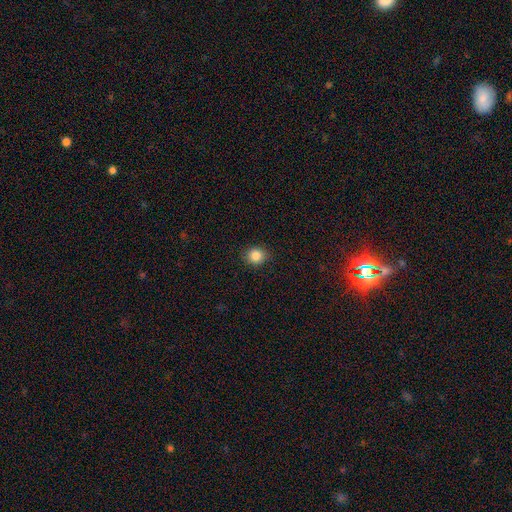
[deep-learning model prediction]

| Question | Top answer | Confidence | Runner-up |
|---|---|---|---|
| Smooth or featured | smooth | 86% | star or artifact (10%) |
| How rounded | round | 84% | in between (15%) |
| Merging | none | 89% | minor disturbance (8%) |